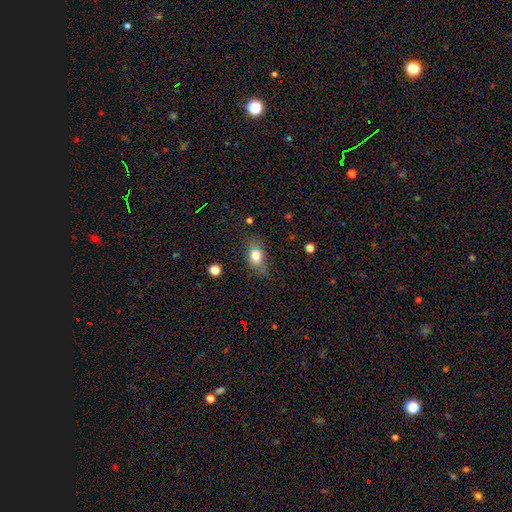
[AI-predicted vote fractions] smooth_or_featured: smooth (p=0.78) [alt: featured or disk p=0.13]
how_rounded: in between (p=0.77) [alt: round p=0.19]
merging: none (p=0.70) [alt: minor disturbance p=0.22]